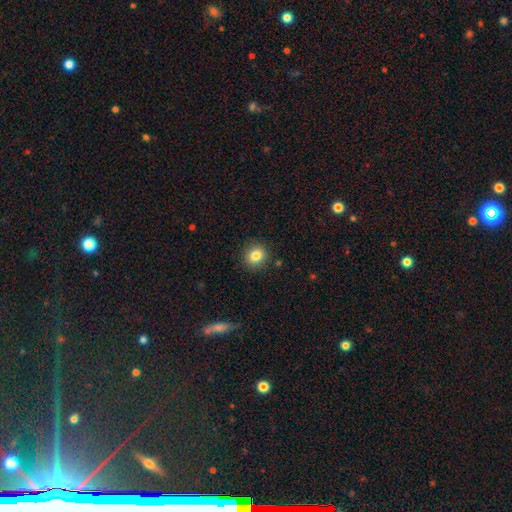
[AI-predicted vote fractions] A smooth galaxy with no disk features (83%) that is round (86%).

Vote fractions:
- Smooth or featured? smooth: 83% / star or artifact: 10% / featured or disk: 6%
- How rounded? round: 86% / in between: 13% / cigar-shaped: 1%
- Merging? none: 89% / minor disturbance: 7% / major disturbance: 2% / merger: 1%